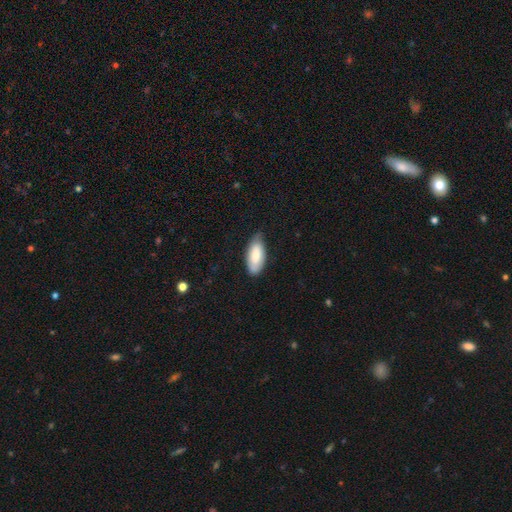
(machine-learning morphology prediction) A smooth galaxy with no disk features (80%) that is in between round and cigar-shaped (86%).

Vote fractions:
- Smooth or featured? smooth: 80% / featured or disk: 15% / star or artifact: 6%
- How rounded? in between: 86% / cigar-shaped: 12% / round: 2%
- Merging? none: 65% / minor disturbance: 29% / major disturbance: 4% / merger: 1%